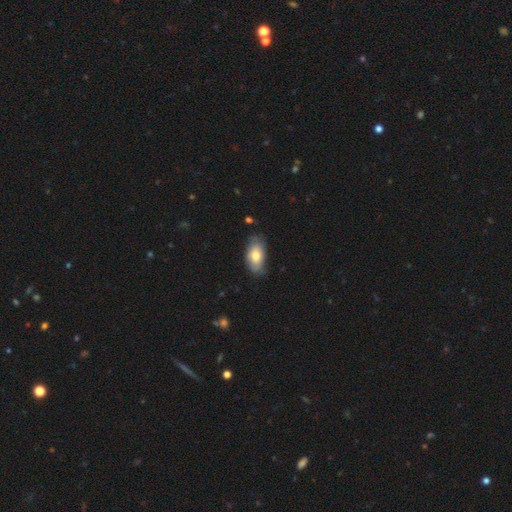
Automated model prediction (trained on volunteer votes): Overall: smooth (72%). How rounded: in between (93%). Merging: none (69%).